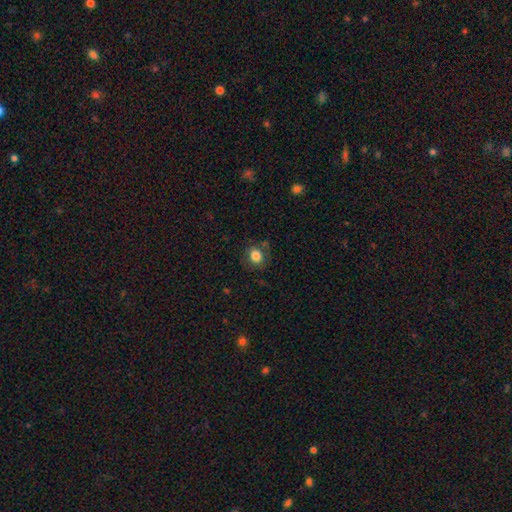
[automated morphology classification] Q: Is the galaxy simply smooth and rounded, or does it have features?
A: smooth — 81%.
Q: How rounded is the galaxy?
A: round — 62%.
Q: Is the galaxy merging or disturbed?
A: none — 77%.